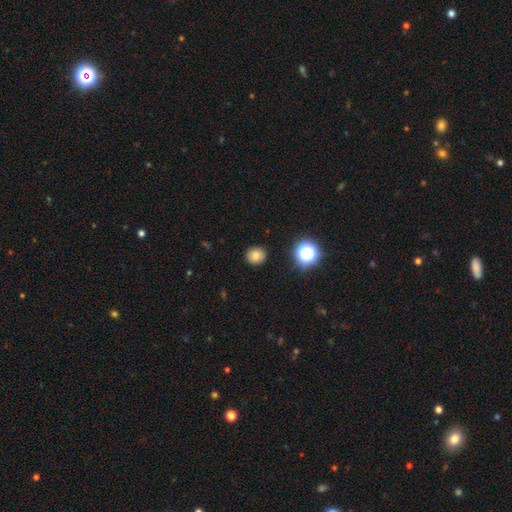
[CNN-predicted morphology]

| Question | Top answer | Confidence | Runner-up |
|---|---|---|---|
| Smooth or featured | smooth | 78% | star or artifact (15%) |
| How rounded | round | 84% | in between (15%) |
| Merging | none | 89% | minor disturbance (7%) |